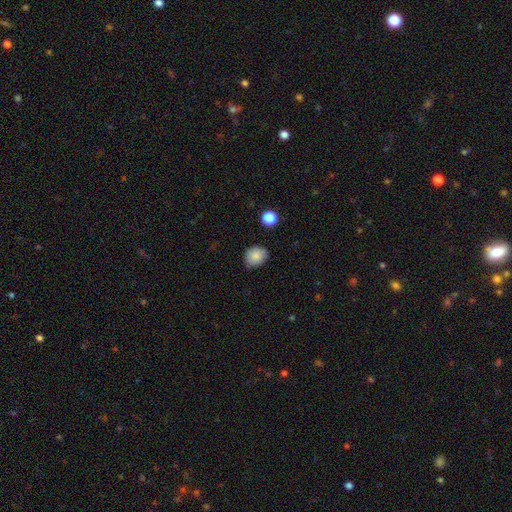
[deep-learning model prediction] smooth_or_featured: smooth (p=0.84) [alt: star or artifact p=0.09]
how_rounded: round (p=0.61) [alt: in between p=0.38]
merging: none (p=0.72) [alt: minor disturbance p=0.23]